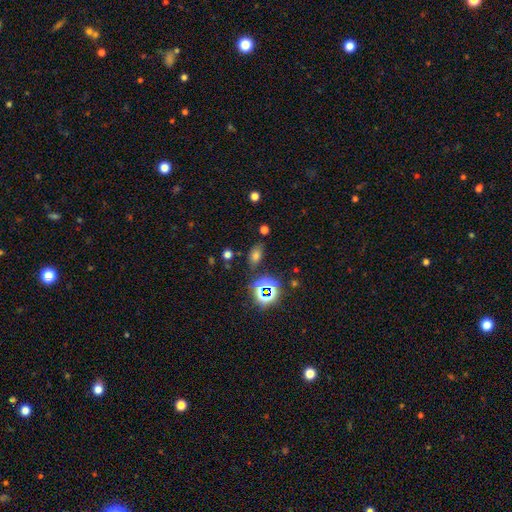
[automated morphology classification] Q: Smooth or featured?
A: smooth (59%); runner-up: star or artifact (31%)
Q: How rounded?
A: in between (81%); runner-up: round (15%)
Q: Merging?
A: none (79%); runner-up: minor disturbance (12%)